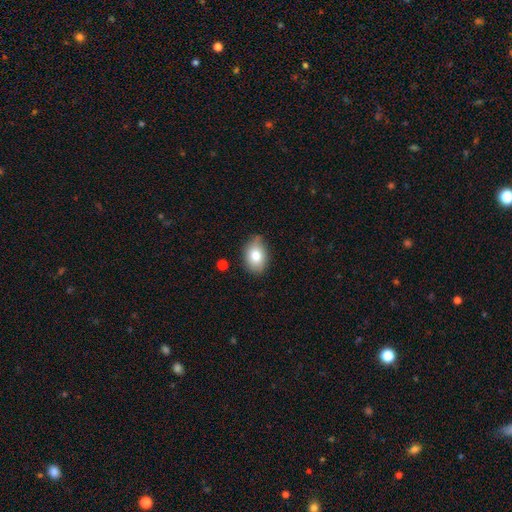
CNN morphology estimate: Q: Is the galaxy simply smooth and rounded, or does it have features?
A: smooth — 82%.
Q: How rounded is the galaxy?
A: in between — 83%.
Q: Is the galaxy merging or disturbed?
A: none — 73%.